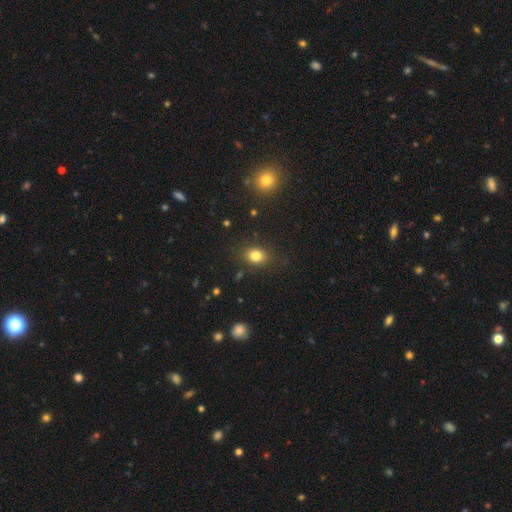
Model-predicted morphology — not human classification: Smooth or featured?
  - smooth: 80% *
  - star or artifact: 12%
  - featured or disk: 7%
How rounded?
  - in between: 58% *
  - round: 41%
  - cigar-shaped: 1%
Merging?
  - none: 83% *
  - minor disturbance: 11%
  - major disturbance: 4%
  - merger: 2%